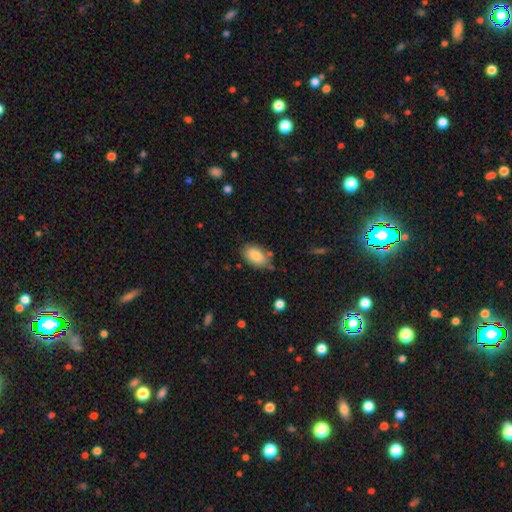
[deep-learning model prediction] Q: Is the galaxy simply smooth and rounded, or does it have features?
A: smooth — 83%.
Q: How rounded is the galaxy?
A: in between — 91%.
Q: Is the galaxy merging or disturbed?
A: none — 73%.